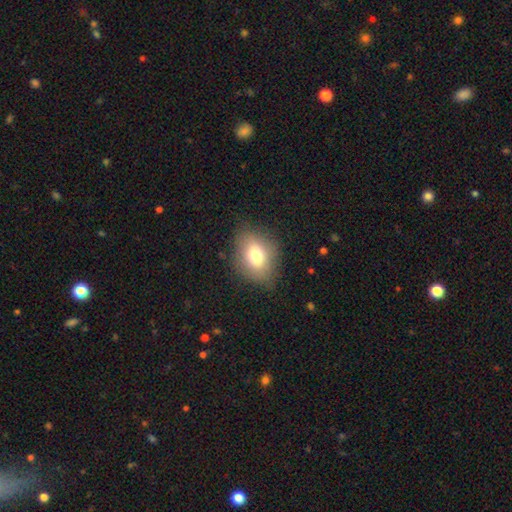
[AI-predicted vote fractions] This is likely a smooth galaxy (75%). How rounded: likely in between (65%). Merging: likely none (76%).